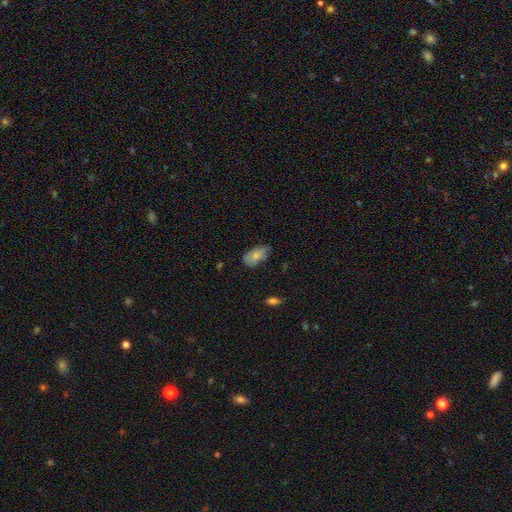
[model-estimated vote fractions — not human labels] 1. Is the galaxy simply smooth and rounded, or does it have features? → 72% smooth, 20% featured or disk, 7% star or artifact.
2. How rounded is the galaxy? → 92% in between, 5% round, 3% cigar-shaped.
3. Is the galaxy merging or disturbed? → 49% none, 40% minor disturbance, 10% major disturbance, 2% merger.